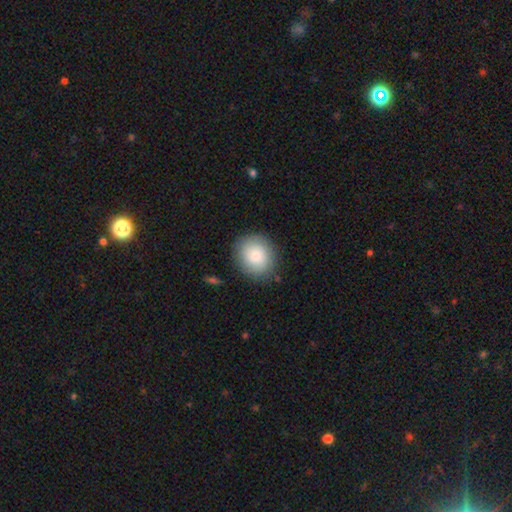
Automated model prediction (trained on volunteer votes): Overall: smooth (83%). How rounded: round (78%). Merging: none (85%).